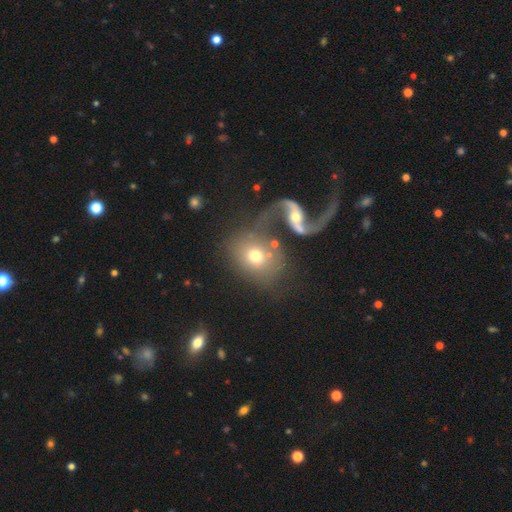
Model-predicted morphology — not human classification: This is possibly a smooth galaxy (49%). Merging: marginally none (40%).